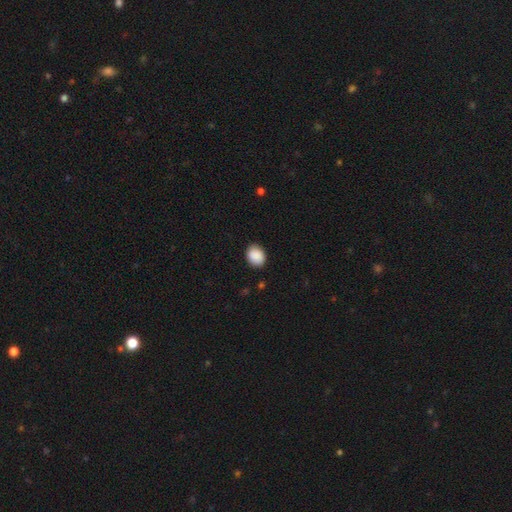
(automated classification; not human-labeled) Smooth or featured: smooth — 90% (star or artifact — 7%)
How rounded: in between — 56% (round — 43%)
Merging: none — 86% (minor disturbance — 10%)